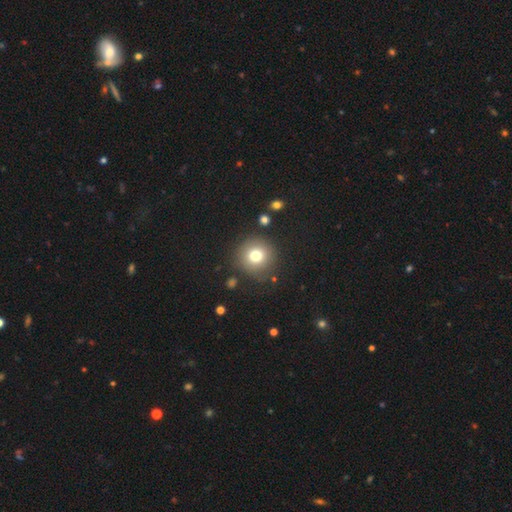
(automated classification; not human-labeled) Smooth or featured?
  - smooth: 76% *
  - star or artifact: 13%
  - featured or disk: 12%
How rounded?
  - round: 94% *
  - in between: 5%
  - cigar-shaped: 1%
Merging?
  - none: 85% *
  - minor disturbance: 9%
  - major disturbance: 4%
  - merger: 3%